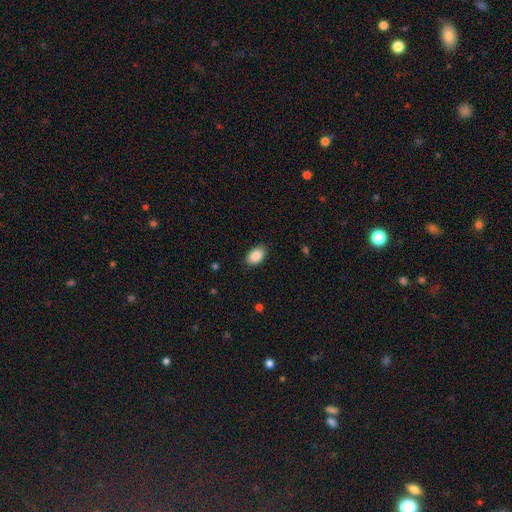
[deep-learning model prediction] This appears to be a smooth galaxy with no disk features (89%) that is in between round and cigar-shaped (91%). Merging: none (87%).